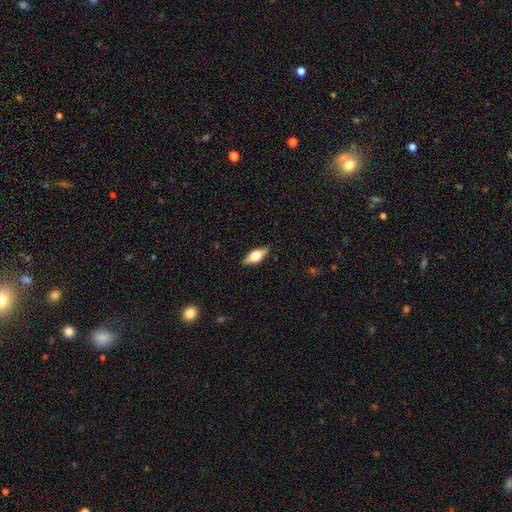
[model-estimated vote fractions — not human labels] Smooth or featured: featured or disk — 51% (smooth — 42%)
Edge-on disk: yes — 92% (no — 8%)
Merging: none — 86% (minor disturbance — 11%)